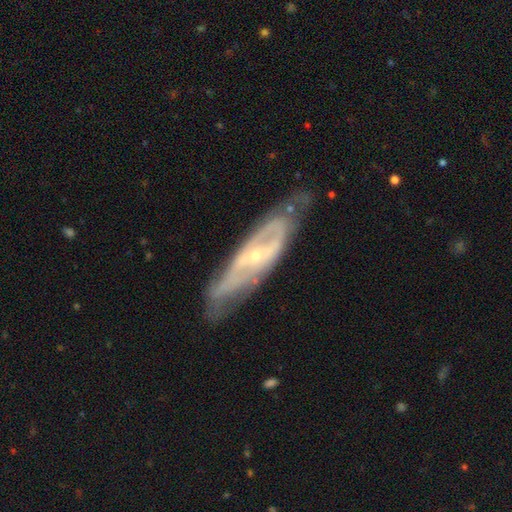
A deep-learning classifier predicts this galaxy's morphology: Smooth or featured?
  - featured or disk: 80% *
  - smooth: 14%
  - star or artifact: 6%
Edge-on disk?
  - no: 72% *
  - yes: 28%
Bar?
  - no: 51% *
  - weak: 29%
  - strong: 19%
Spiral arms?
  - yes: 68% *
  - no: 32%
Bulge size?
  - small: 75% *
  - moderate: 21%
  - none: 1%
  - large: 1%
  - dominant: 1%
Merging?
  - none: 62% *
  - minor disturbance: 24%
  - major disturbance: 11%
  - merger: 2%